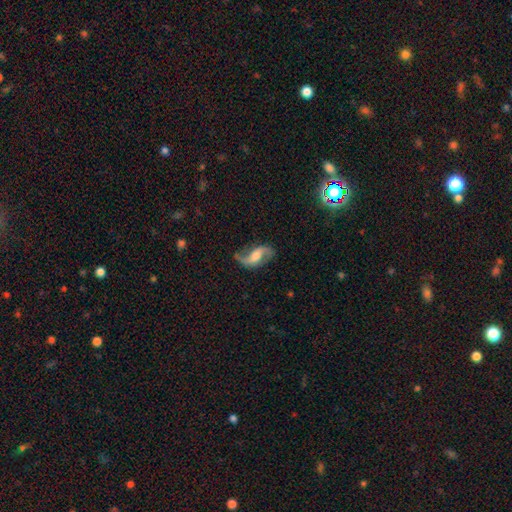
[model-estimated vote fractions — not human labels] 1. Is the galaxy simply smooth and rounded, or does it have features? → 85% featured or disk, 9% smooth, 6% star or artifact.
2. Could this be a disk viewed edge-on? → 96% no, 4% yes.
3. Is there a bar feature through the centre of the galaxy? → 45% weak, 33% no, 22% strong.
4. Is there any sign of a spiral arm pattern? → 96% yes, 4% no.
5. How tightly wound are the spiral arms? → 77% loose, 19% medium, 4% tight.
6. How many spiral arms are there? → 92% 2, 3% 1, 2% can't tell, 1% 3, 1% 4, 1% more than 4.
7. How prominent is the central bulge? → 47% moderate, 25% small, 14% large, 11% none, 2% dominant.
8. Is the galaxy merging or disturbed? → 73% none, 16% minor disturbance, 8% major disturbance, 2% merger.